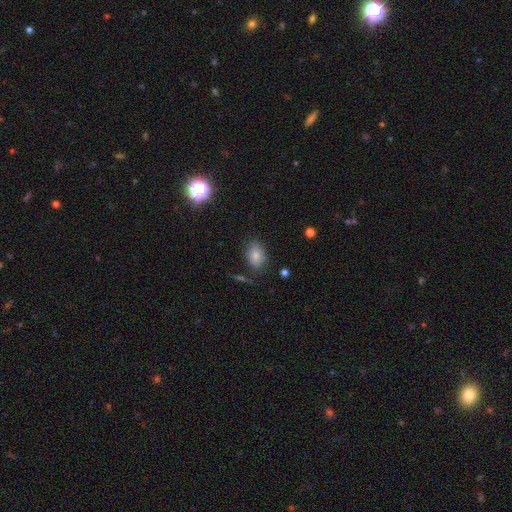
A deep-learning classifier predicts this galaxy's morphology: Smooth or featured: smooth — 80% (star or artifact — 10%)
How rounded: in between — 79% (round — 19%)
Merging: none — 74% (minor disturbance — 18%)